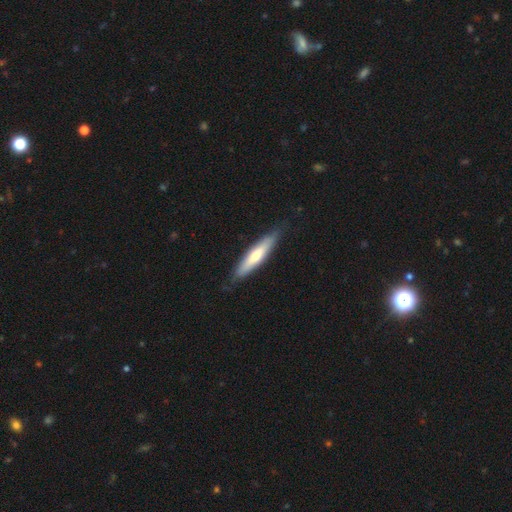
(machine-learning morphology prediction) Smooth or featured?
  - smooth: 57% *
  - featured or disk: 38%
  - star or artifact: 5%
How rounded?
  - cigar-shaped: 81% *
  - in between: 18%
  - round: 1%
Merging?
  - none: 84% *
  - minor disturbance: 13%
  - major disturbance: 2%
  - merger: 1%